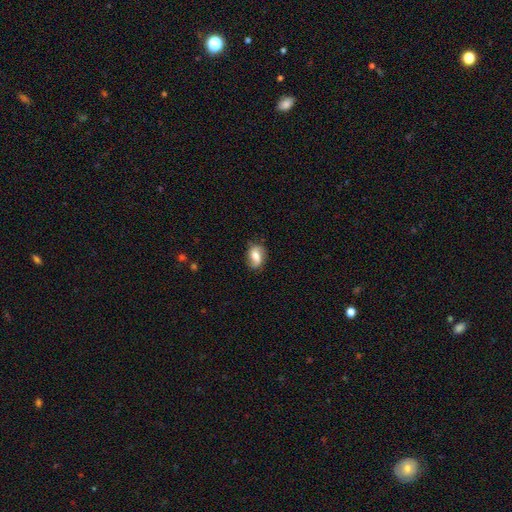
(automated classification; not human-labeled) Overall: featured or disk (52%; smooth 39%). Edge-on disk: no (96%). Merging: none (77%).